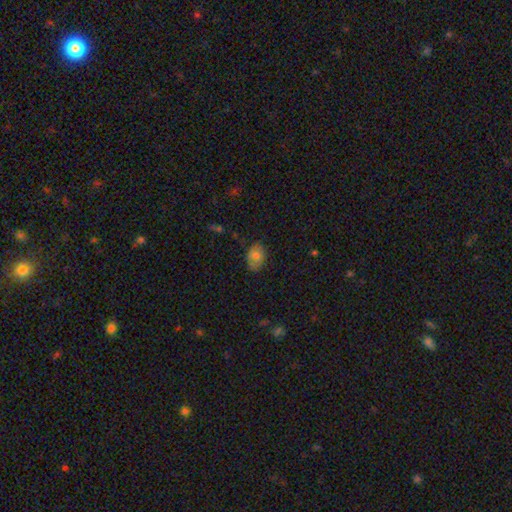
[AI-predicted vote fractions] Smooth or featured: smooth — 70% (featured or disk — 21%)
How rounded: in between — 83% (round — 15%)
Merging: none — 76% (minor disturbance — 19%)